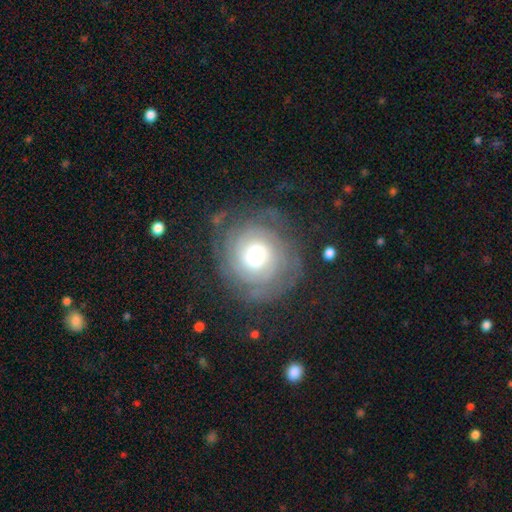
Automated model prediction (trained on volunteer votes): A featured or disk galaxy (75%) with no bar (72%), tight (77%) spiral arms (91%) and a moderate central bulge (52%).

Vote fractions:
- Smooth or featured? featured or disk: 75% / smooth: 17% / star or artifact: 8%
- Edge-on disk? no: 98% / yes: 2%
- Bar? no: 72% / weak: 23% / strong: 5%
- Spiral arms? yes: 91% / no: 9%
- Spiral winding? tight: 77% / medium: 17% / loose: 5%
- Spiral arm count? can't tell: 44% / 2: 18% / 3: 14% / 4: 10% / more than 4: 7% / 1: 7%
- Bulge size? moderate: 52% / large: 26% / small: 18% / dominant: 3% / none: 1%
- Merging? none: 76% / minor disturbance: 14% / major disturbance: 9% / merger: 1%